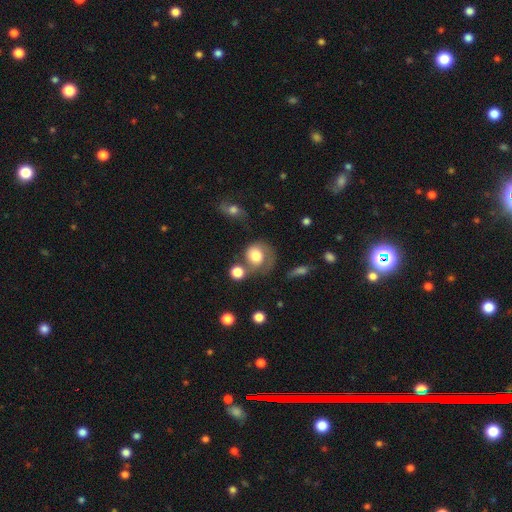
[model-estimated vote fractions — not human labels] This appears to be a smooth galaxy with no disk features (62%) that is round (72%). Merging: none (37%).